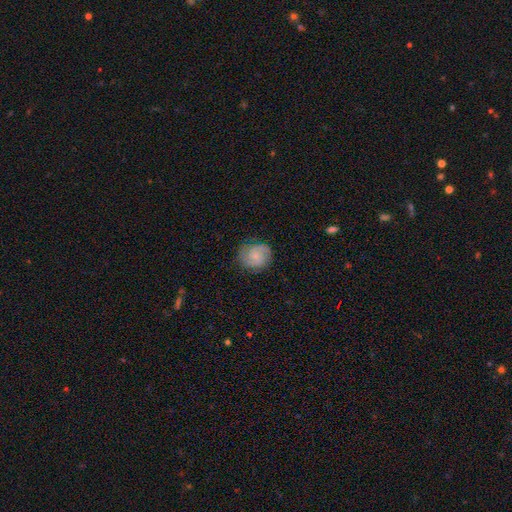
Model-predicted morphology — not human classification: Smooth or featured? Predicted: featured or disk (p=0.52). Edge-on disk? Predicted: no (p=0.98). Bar? Predicted: no (p=0.71). Spiral arms? Predicted: yes (p=0.90). Bulge size? Predicted: small (p=0.69). Merging? Predicted: none (p=0.78).